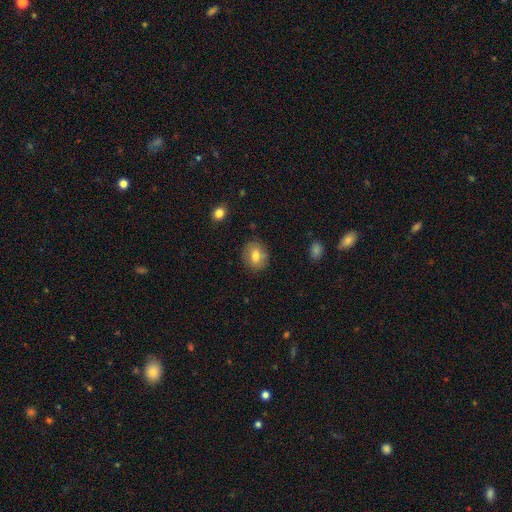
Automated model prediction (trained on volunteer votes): smooth 74%, featured or disk 17%, star or artifact 10%. Down the decision tree: how rounded — round (64%); merging — none (83%).